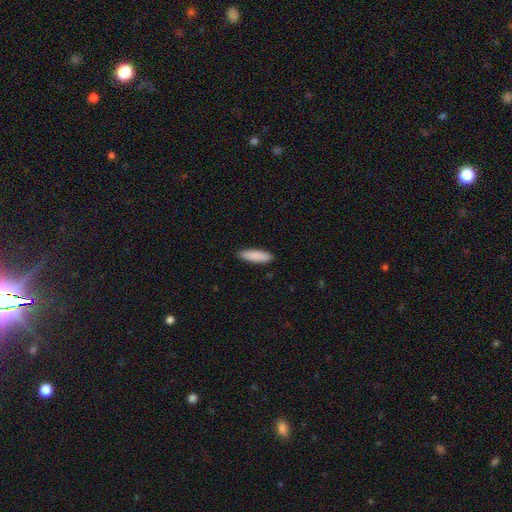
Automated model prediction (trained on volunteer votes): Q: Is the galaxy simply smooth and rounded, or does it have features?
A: smooth — 88%.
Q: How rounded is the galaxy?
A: cigar-shaped — 60%.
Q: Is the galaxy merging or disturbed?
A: none — 90%.